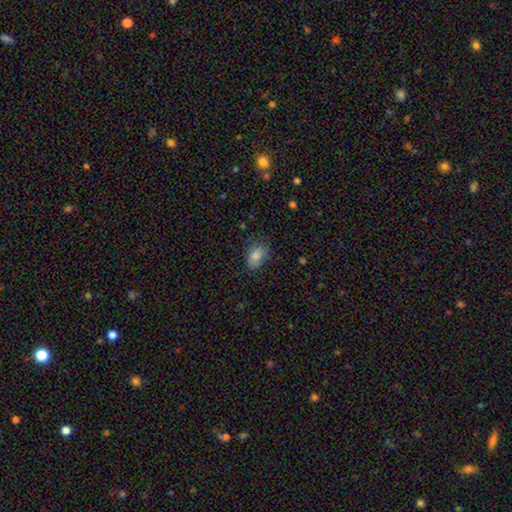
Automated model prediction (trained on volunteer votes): This appears to be a smooth galaxy with no disk features (82%) that is in between round and cigar-shaped (86%). Merging: none (72%).